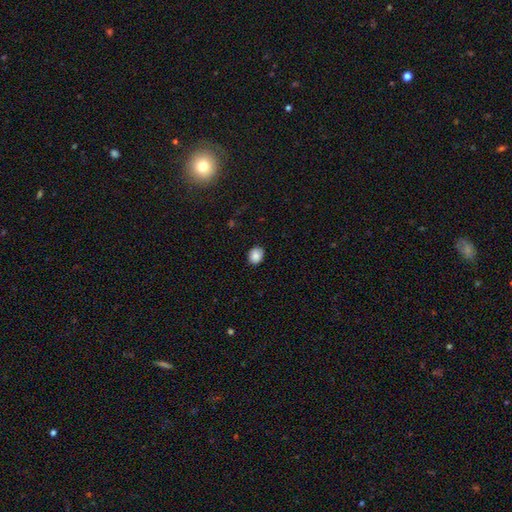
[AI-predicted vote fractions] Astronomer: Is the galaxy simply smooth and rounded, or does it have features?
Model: smooth — 87%.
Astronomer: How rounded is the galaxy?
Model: round — 54% (runner-up: in between, 45%).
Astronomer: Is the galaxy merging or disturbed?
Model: none — 85%.